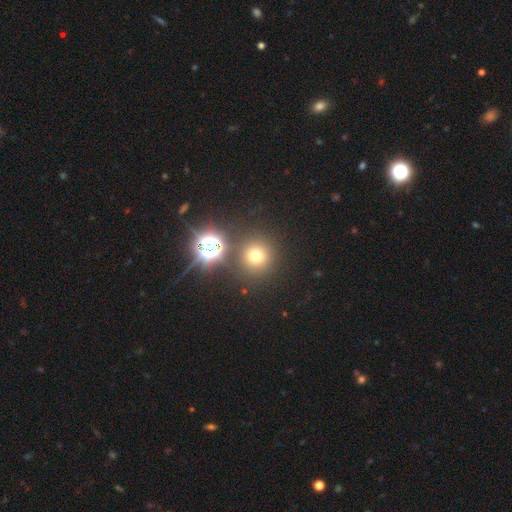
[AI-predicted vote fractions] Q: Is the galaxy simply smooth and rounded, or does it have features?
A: smooth — 65%.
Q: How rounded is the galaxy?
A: round — 94%.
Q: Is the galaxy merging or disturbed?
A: none — 84%.